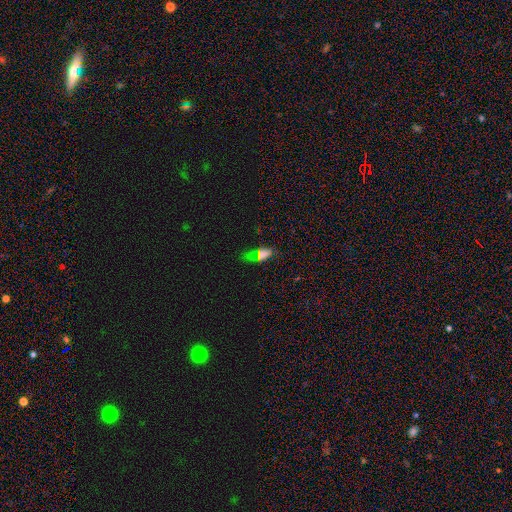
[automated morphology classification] Smooth or featured: smooth — 57% (star or artifact — 28%)
How rounded: in between — 70% (cigar-shaped — 20%)
Merging: none — 40% (minor disturbance — 25%)